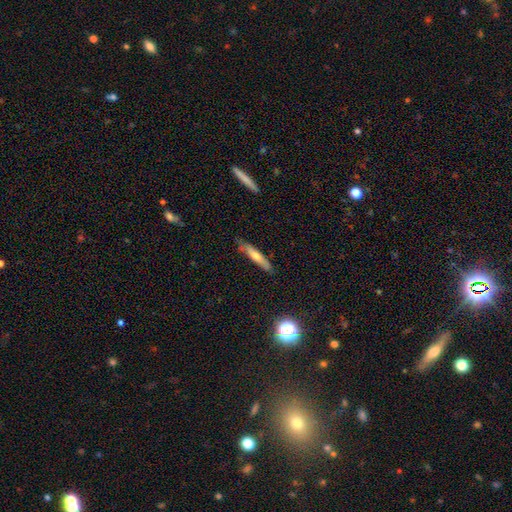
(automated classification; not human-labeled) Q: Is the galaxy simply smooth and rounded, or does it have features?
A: smooth — 47%.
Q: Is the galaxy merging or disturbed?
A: none — 83%.